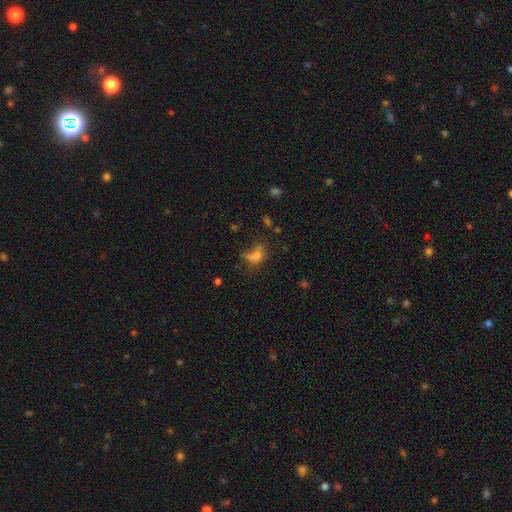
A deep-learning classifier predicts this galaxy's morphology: This is likely a smooth galaxy (62%). How rounded: likely in between (69%). Merging: marginally major disturbance (31%).